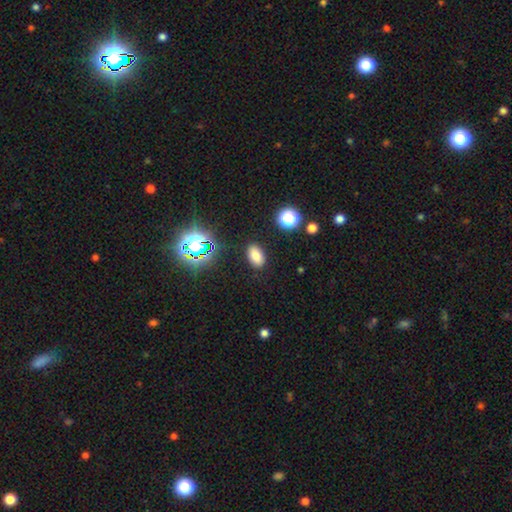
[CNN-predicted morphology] A smooth galaxy with no disk features (76%) that is in between round and cigar-shaped (89%).

Vote fractions:
- Smooth or featured? smooth: 76% / star or artifact: 17% / featured or disk: 7%
- How rounded? in between: 89% / round: 10% / cigar-shaped: 2%
- Merging? none: 88% / minor disturbance: 8% / major disturbance: 3% / merger: 2%